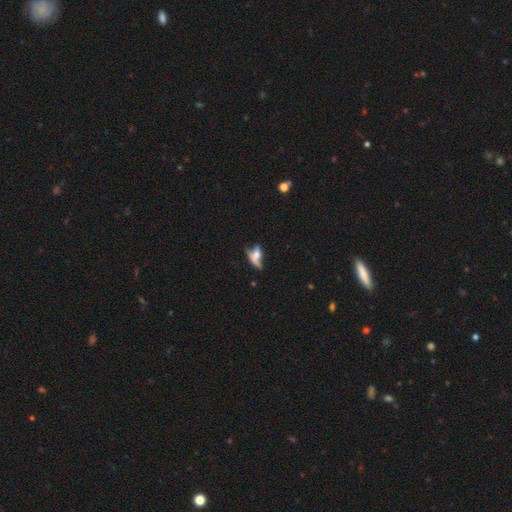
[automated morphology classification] Overall: smooth (46%; featured or disk 41%). Merging: major disturbance (29%, tied with none).